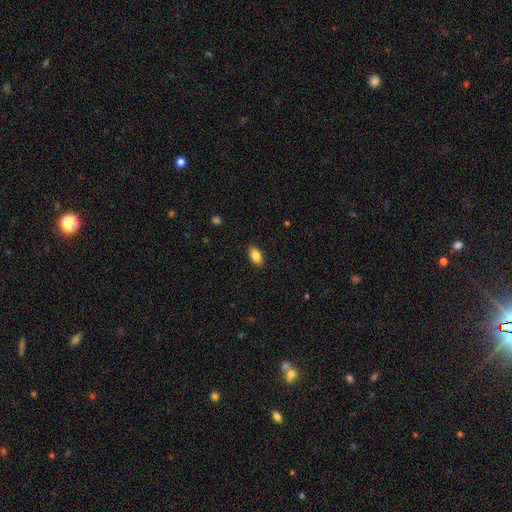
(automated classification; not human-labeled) Smooth or featured? smooth (85%)
How rounded? in between (91%)
Merging? none (89%)